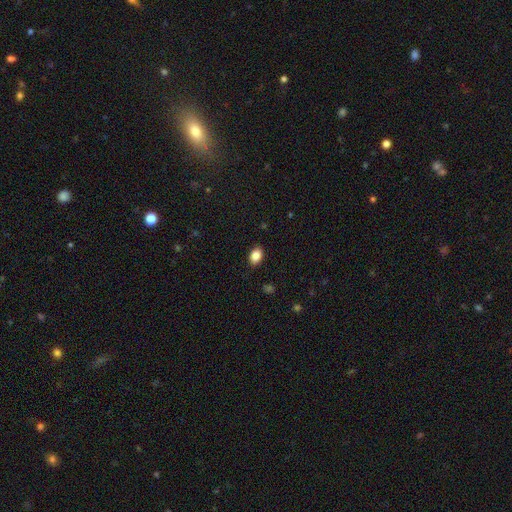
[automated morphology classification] type=smooth (87%); roundness=in between (79%); merging=none (89%).